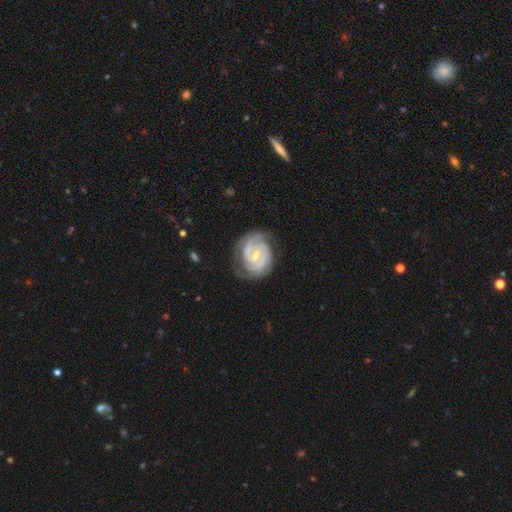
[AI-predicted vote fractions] This is clearly a featured or disk galaxy (89%). It is clearly not viewed edge-on (98%). Bar: possibly weak (50%). Spiral arm pattern: clearly yes (97%). Spiral arm count: likely 2 (62%). Spiral winding: likely tight (68%). Central bulge: possibly small (51%). Merging: likely none (74%).